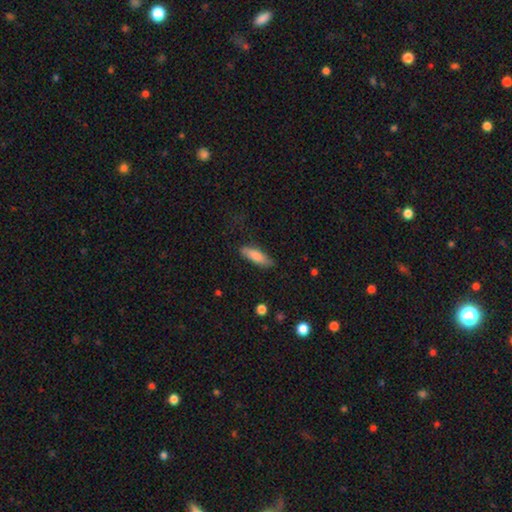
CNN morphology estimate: A smooth galaxy with no disk features (81%) that is cigar-shaped (52%).

Vote fractions:
- Smooth or featured? smooth: 81% / featured or disk: 13% / star or artifact: 6%
- How rounded? cigar-shaped: 52% / in between: 47% / round: 2%
- Merging? none: 77% / minor disturbance: 18% / major disturbance: 4% / merger: 1%